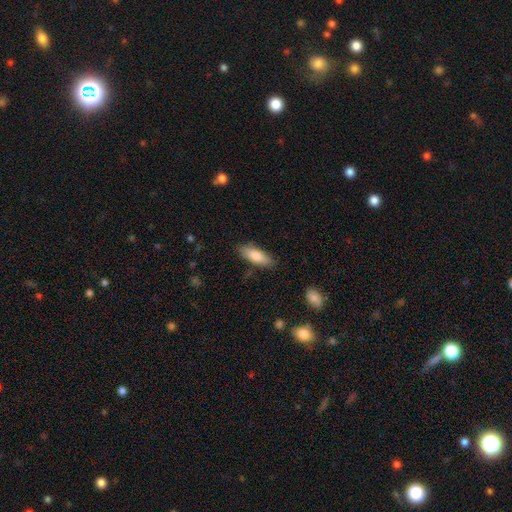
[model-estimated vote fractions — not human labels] smooth 82%, featured or disk 12%, star or artifact 6%. Down the decision tree: how rounded — in between (64%); merging — none (83%).